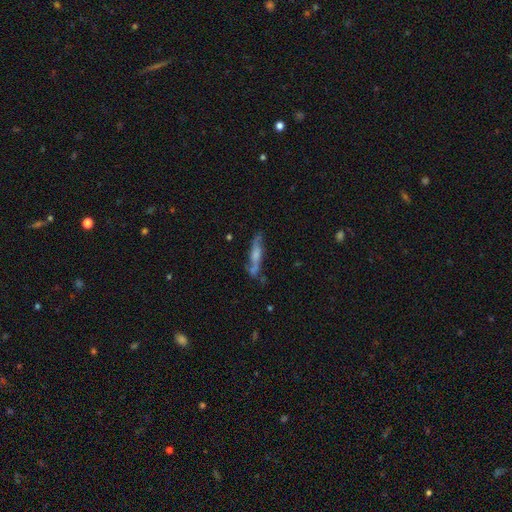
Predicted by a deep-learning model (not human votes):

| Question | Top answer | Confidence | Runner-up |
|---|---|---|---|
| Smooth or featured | featured or disk | 59% | smooth (33%) |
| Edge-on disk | yes | 69% | no (31%) |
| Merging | none | 65% | minor disturbance (20%) |